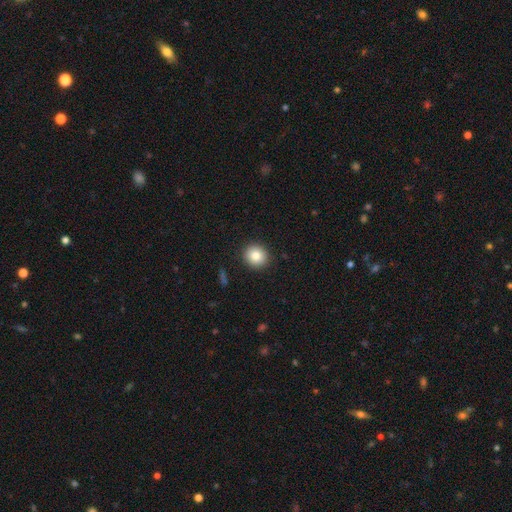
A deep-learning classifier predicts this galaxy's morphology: Smooth or featured: smooth — 82% (star or artifact — 10%)
How rounded: round — 90% (in between — 9%)
Merging: none — 91% (minor disturbance — 6%)